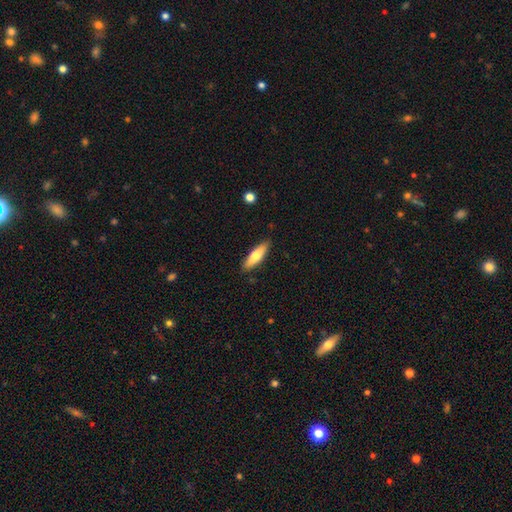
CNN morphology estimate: Smooth or featured? Predicted: smooth (p=0.67). How rounded? Predicted: cigar-shaped (p=0.59). Merging? Predicted: none (p=0.87).